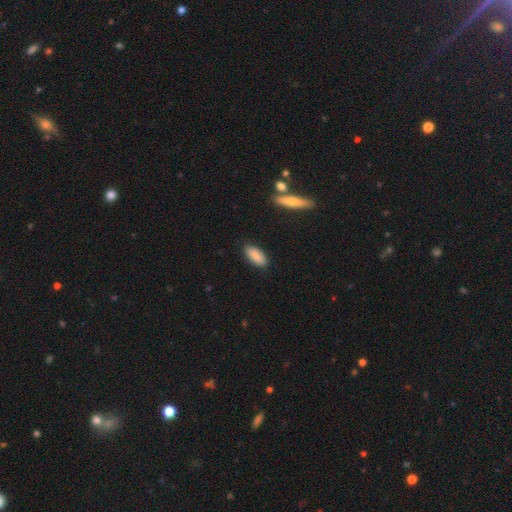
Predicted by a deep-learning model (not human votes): Smooth or featured?
  - smooth: 88% *
  - star or artifact: 7%
  - featured or disk: 6%
How rounded?
  - in between: 86% *
  - cigar-shaped: 12%
  - round: 2%
Merging?
  - none: 86% *
  - minor disturbance: 10%
  - major disturbance: 2%
  - merger: 1%